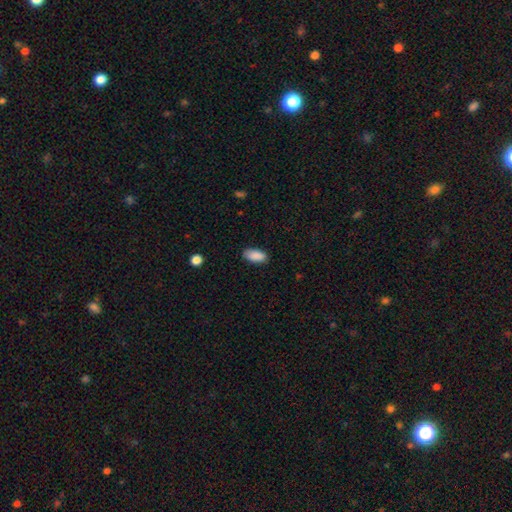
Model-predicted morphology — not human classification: Smooth or featured? Predicted: smooth (p=0.90). How rounded? Predicted: in between (p=0.92). Merging? Predicted: none (p=0.86).